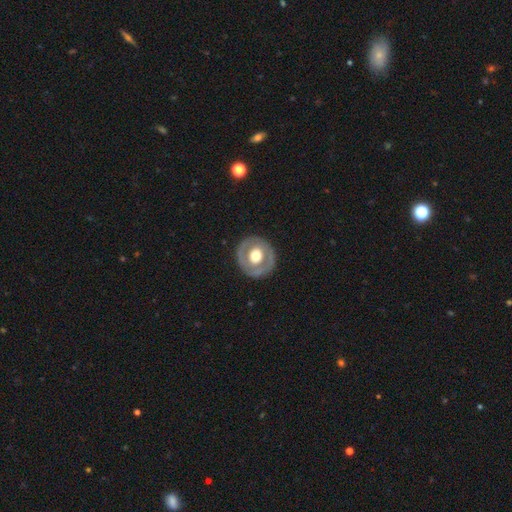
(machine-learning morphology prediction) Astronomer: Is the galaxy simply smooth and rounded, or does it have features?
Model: featured or disk — 56% (runner-up: smooth, 39%).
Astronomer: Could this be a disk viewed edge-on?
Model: no — 95%.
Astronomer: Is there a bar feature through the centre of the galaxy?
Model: no — 79%.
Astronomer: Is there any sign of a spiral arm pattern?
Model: no — 82%.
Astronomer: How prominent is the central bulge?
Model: moderate — 54% (runner-up: large, 39%).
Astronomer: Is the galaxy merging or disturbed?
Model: none — 84%.